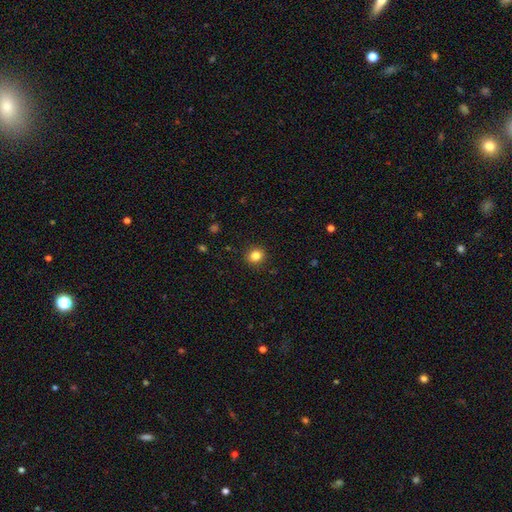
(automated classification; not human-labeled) A smooth galaxy with no disk features (83%) that is round (85%).

Vote fractions:
- Smooth or featured? smooth: 83% / star or artifact: 12% / featured or disk: 5%
- How rounded? round: 85% / in between: 14% / cigar-shaped: 1%
- Merging? none: 91% / minor disturbance: 6% / major disturbance: 2% / merger: 1%